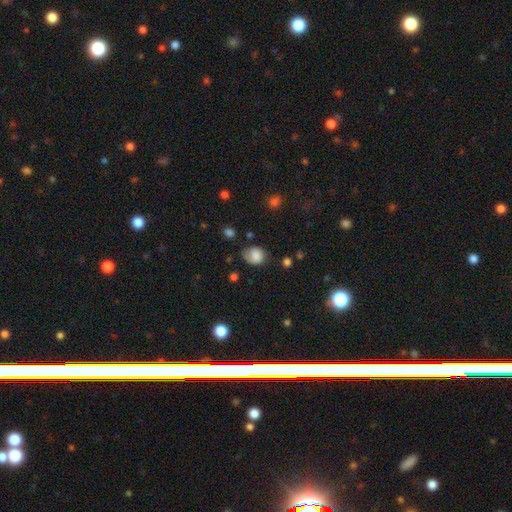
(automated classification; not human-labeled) The model was most divided on "how rounded": in between: 50%, round: 49%, cigar-shaped: 1%. More confident: smooth or featured — smooth (72%); merging — none (51%).